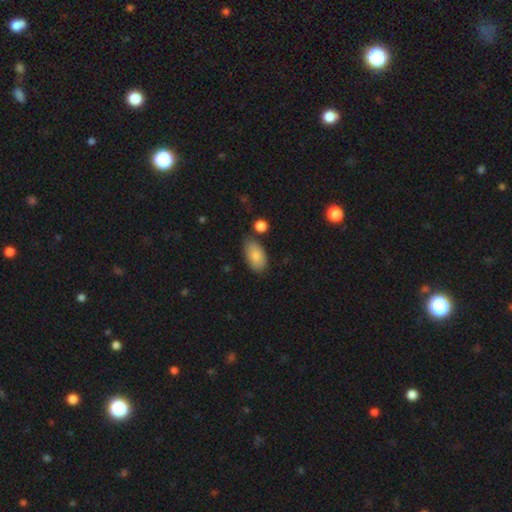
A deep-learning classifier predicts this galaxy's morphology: Q: Smooth or featured?
A: smooth (83%); runner-up: featured or disk (11%)
Q: How rounded?
A: in between (94%); runner-up: round (4%)
Q: Merging?
A: none (72%); runner-up: minor disturbance (19%)